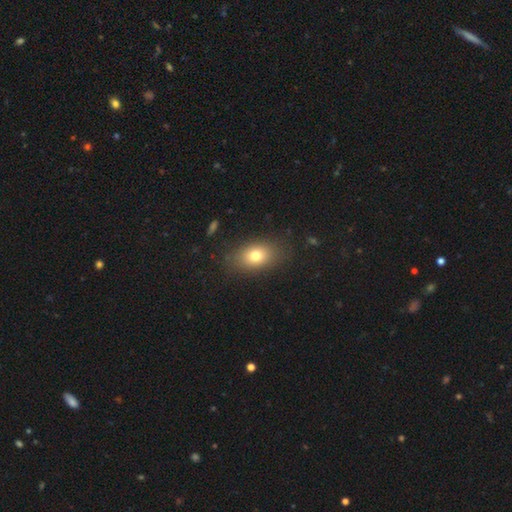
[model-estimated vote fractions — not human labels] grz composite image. It shows a smooth galaxy with no disk features (75%) that is in between round and cigar-shaped (79%). Merging: none (83%).